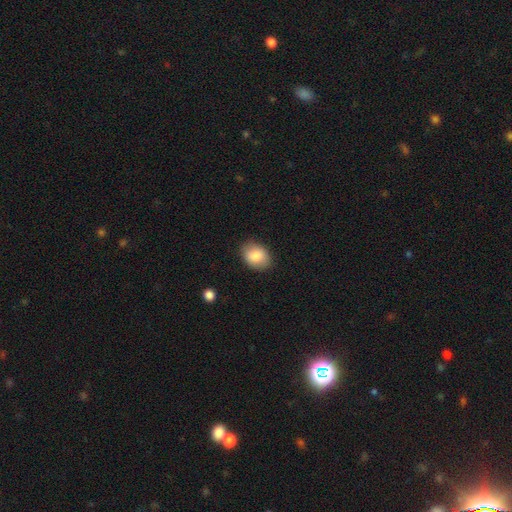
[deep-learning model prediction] This is clearly a smooth galaxy (86%). How rounded: likely in between (69%). Merging: clearly none (85%).